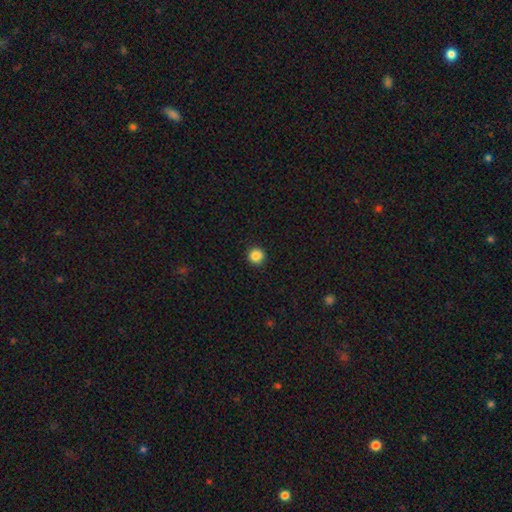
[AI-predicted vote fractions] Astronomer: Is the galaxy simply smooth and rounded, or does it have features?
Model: smooth — 86%.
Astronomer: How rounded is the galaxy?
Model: round — 95%.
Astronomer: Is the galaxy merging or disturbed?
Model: none — 92%.